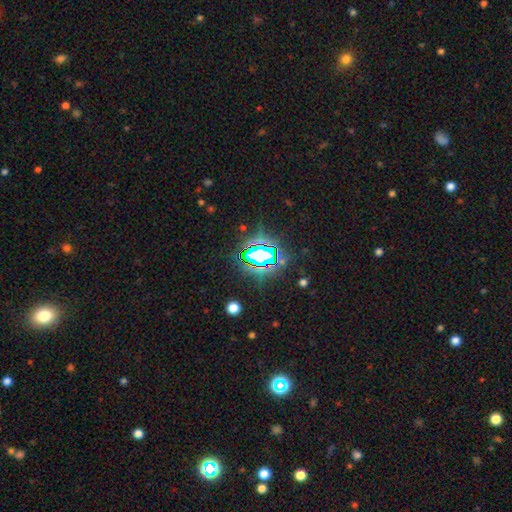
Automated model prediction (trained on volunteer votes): Q: Smooth or featured?
A: star or artifact (72%); runner-up: smooth (15%)